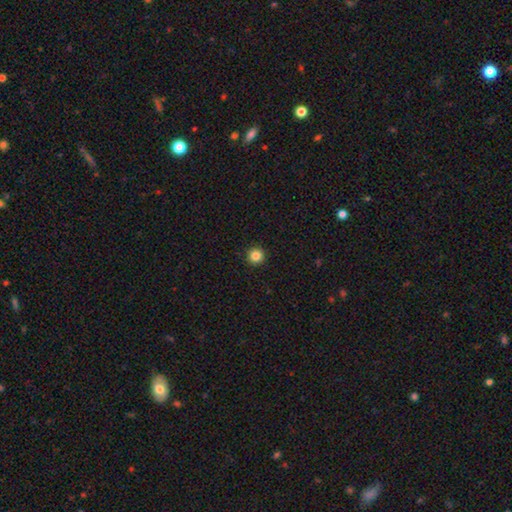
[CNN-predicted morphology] This appears to be a smooth galaxy with no disk features (85%) that is round (96%). Merging: none (94%).